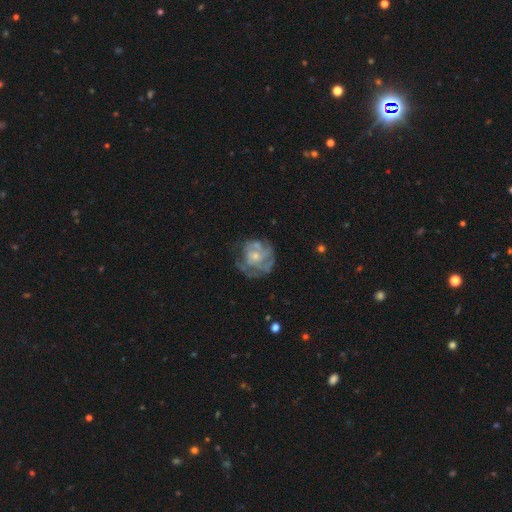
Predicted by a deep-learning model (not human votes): A featured or disk galaxy (69%) with no bar (81%), spiral arms (61%) and a small central bulge (63%).

Vote fractions:
- Smooth or featured? featured or disk: 69% / smooth: 24% / star or artifact: 8%
- Edge-on disk? no: 98% / yes: 2%
- Bar? no: 81% / weak: 16% / strong: 3%
- Spiral arms? yes: 61% / no: 39%
- Bulge size? small: 63% / moderate: 27% / none: 6% / large: 2% / dominant: 1%
- Merging? none: 51% / major disturbance: 24% / minor disturbance: 22% / merger: 4%